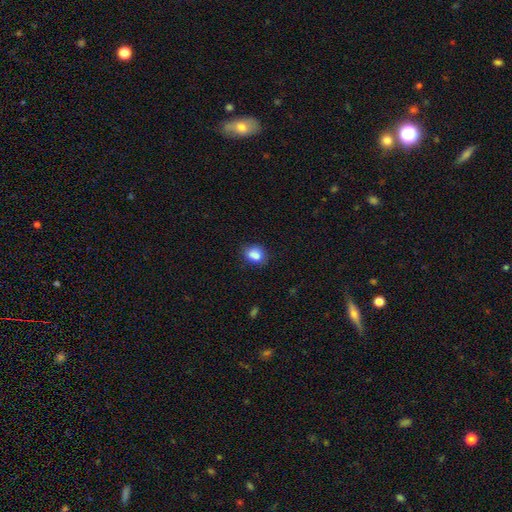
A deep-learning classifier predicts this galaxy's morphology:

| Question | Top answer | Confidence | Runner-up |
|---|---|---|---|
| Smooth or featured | smooth | 83% | star or artifact (10%) |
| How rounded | in between | 53% | round (45%) |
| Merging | none | 67% | minor disturbance (21%) |